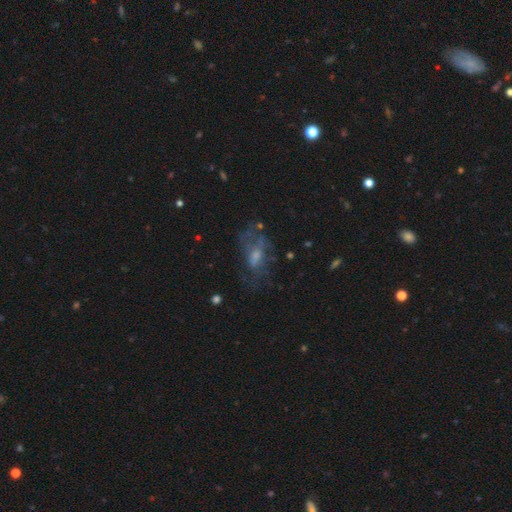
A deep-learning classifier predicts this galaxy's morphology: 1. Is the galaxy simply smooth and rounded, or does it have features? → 55% featured or disk, 29% smooth, 16% star or artifact.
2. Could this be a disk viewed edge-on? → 92% no, 8% yes.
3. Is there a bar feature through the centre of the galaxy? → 60% no, 32% weak, 7% strong.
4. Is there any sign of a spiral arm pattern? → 53% no, 47% yes.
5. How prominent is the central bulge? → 43% moderate, 37% small, 12% none, 7% large, 1% dominant.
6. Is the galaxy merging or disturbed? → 52% none, 24% major disturbance, 20% minor disturbance, 3% merger.